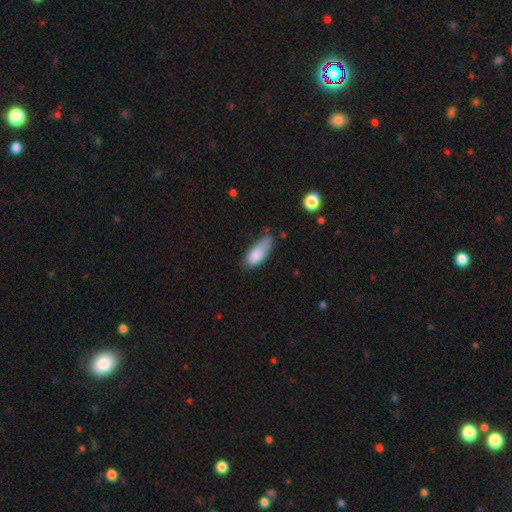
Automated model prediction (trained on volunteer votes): The model was most divided on "merging": none: 45%, minor disturbance: 40%, major disturbance: 11%, merger: 4%. More confident: smooth or featured — smooth (84%); how rounded — in between (77%).